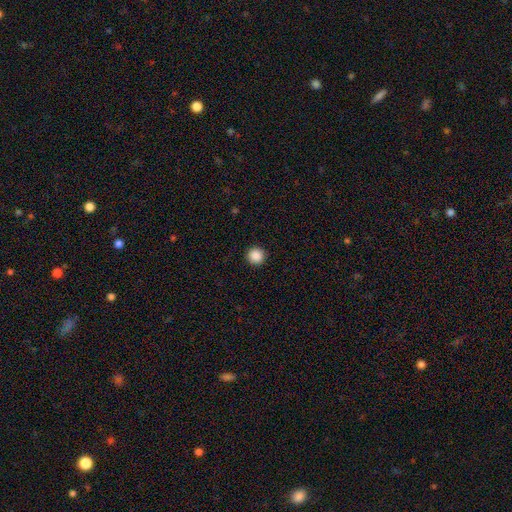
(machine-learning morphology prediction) Overall: smooth (88%). How rounded: round (96%). Merging: none (93%).